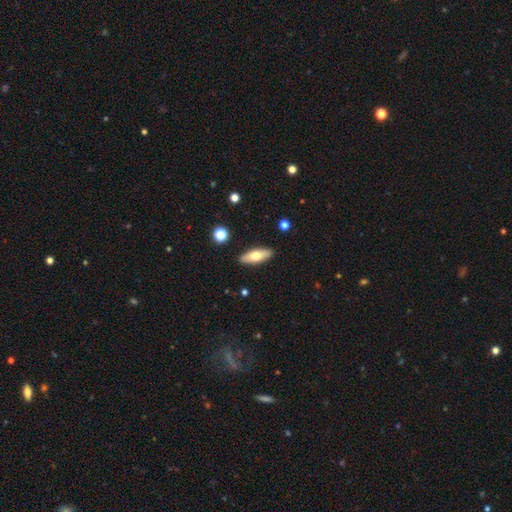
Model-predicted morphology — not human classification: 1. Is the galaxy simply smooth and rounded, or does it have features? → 64% smooth, 29% featured or disk, 6% star or artifact.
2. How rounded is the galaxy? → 64% in between, 33% cigar-shaped, 3% round.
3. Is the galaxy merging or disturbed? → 89% none, 8% minor disturbance, 2% major disturbance, 1% merger.